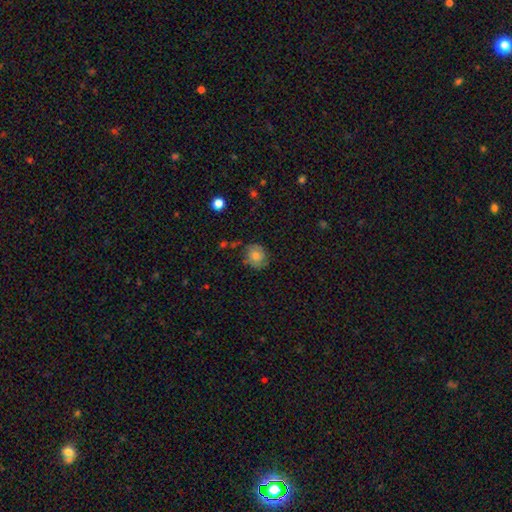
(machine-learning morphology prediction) smooth_or_featured: smooth (p=0.60) [alt: featured or disk p=0.30]
how_rounded: round (p=0.80) [alt: in between p=0.19]
merging: none (p=0.70) [alt: minor disturbance p=0.21]